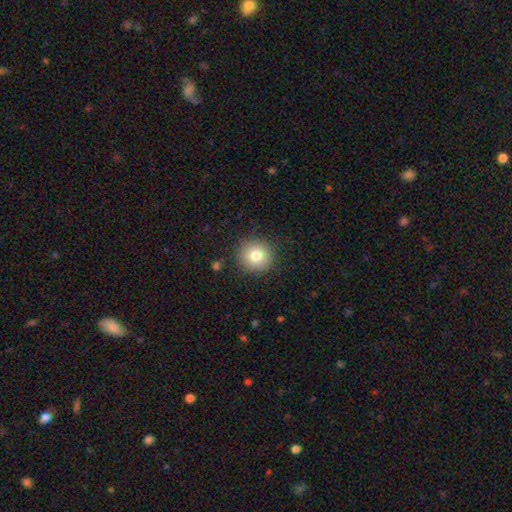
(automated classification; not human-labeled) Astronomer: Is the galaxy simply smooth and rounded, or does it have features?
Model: smooth — 80%.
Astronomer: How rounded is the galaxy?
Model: round — 94%.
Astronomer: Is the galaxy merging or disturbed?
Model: none — 89%.